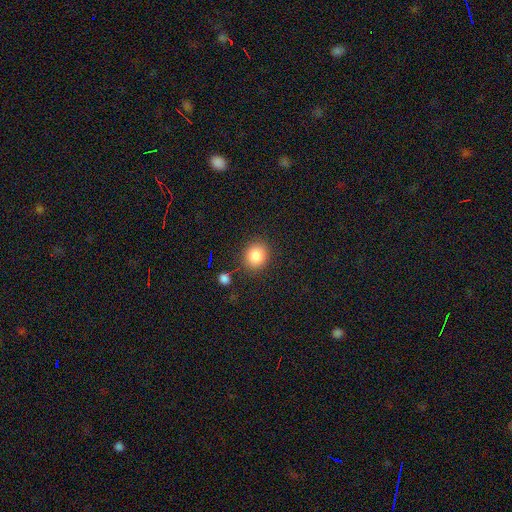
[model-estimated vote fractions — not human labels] Overall: smooth (86%). How rounded: round (79%). Merging: none (85%).